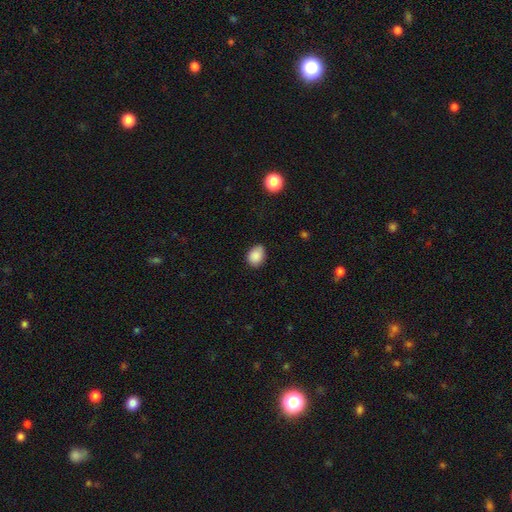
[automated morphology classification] Smooth or featured: smooth — 87% (star or artifact — 8%)
How rounded: in between — 58% (round — 41%)
Merging: none — 70% (minor disturbance — 25%)